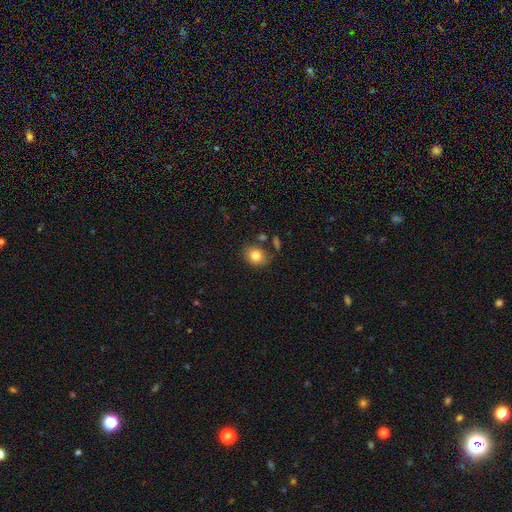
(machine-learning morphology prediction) This is clearly a smooth galaxy (82%). How rounded: possibly round (59%). Merging: likely none (74%).